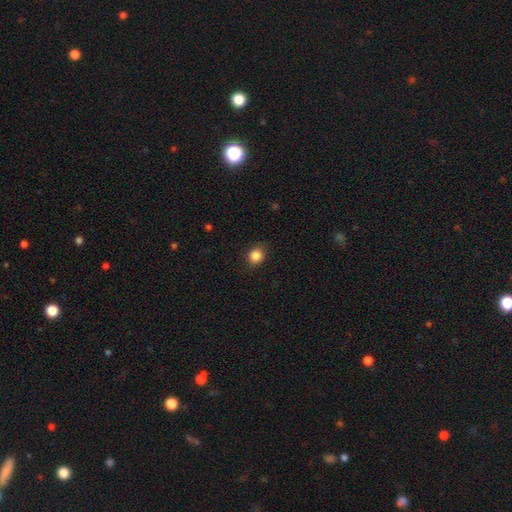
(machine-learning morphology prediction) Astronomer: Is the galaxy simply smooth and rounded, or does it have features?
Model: smooth — 85%.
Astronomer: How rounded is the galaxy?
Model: round — 78%.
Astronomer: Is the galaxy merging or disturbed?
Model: none — 85%.